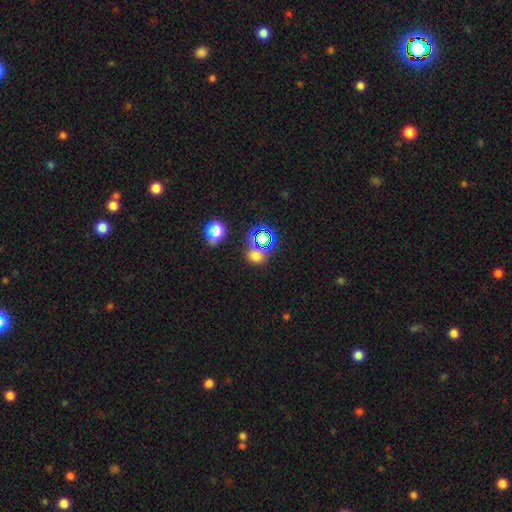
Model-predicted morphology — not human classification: Smooth or featured?
  - smooth: 53% *
  - star or artifact: 40%
  - featured or disk: 7%
How rounded?
  - round: 64% *
  - in between: 34%
  - cigar-shaped: 1%
Merging?
  - none: 66% *
  - merger: 18%
  - minor disturbance: 11%
  - major disturbance: 5%